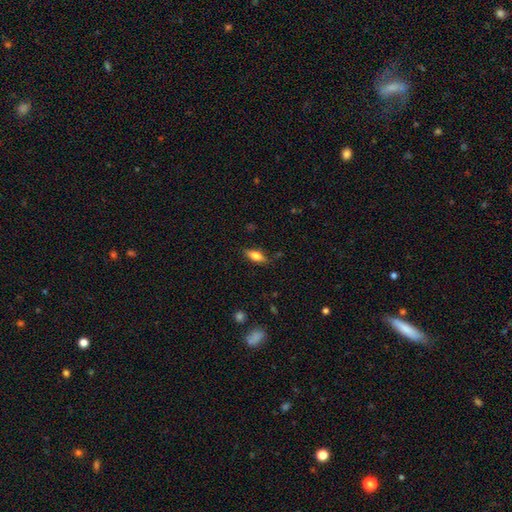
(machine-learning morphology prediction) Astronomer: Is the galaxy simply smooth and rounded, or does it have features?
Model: smooth — 65%.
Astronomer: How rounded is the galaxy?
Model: in between — 73%.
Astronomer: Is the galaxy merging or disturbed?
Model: none — 81%.